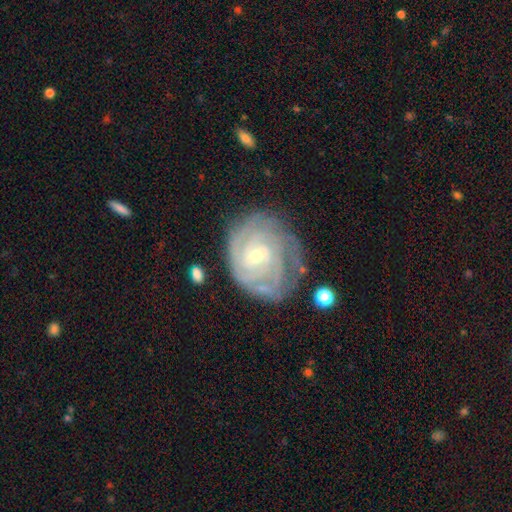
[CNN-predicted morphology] smooth-or-featured: featured or disk: 88% | smooth: 7% | star or artifact: 5%
  disk-edge-on: no: 97% | yes: 3%
    bar: weak: 53% | no: 32% | strong: 15%
    has-spiral-arms: yes: 97% | no: 3%
      spiral-winding: tight: 77% | medium: 20% | loose: 3%
      spiral-arm-count: can't tell: 30% | 3: 22% | 4: 20% | 2: 16% | more than 4: 6% | 1: 5%
    bulge-size: small: 60% | moderate: 37% | large: 1% | none: 1% | dominant: 1%
  merging: none: 66% | minor disturbance: 23% | major disturbance: 9% | merger: 3%